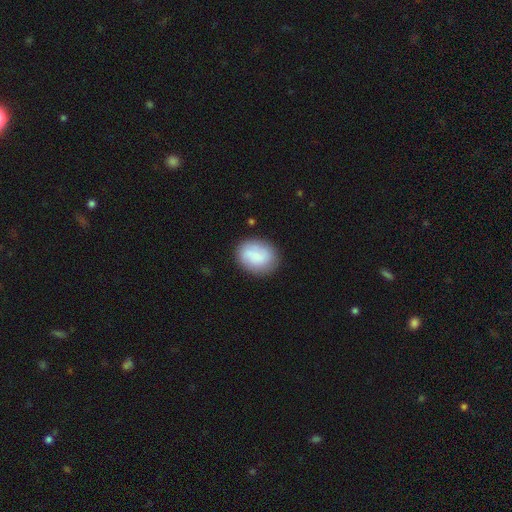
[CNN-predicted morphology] smooth-or-featured: smooth: 76% | featured or disk: 17% | star or artifact: 7%
  how-rounded: in between: 52% | round: 47% | cigar-shaped: 1%
  merging: none: 78% | minor disturbance: 15% | major disturbance: 5% | merger: 2%